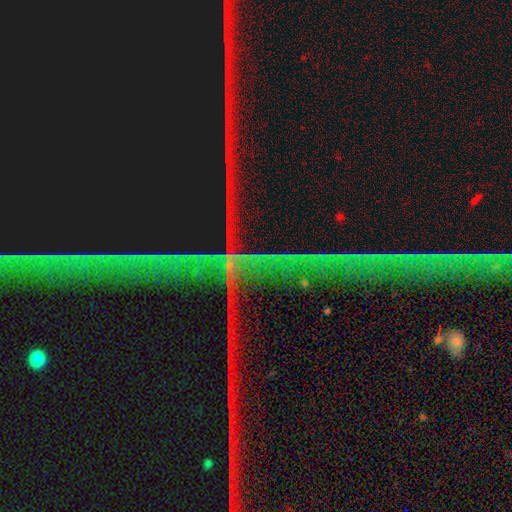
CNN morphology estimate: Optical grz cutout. It shows a star or artifact, not a galaxy (83%).